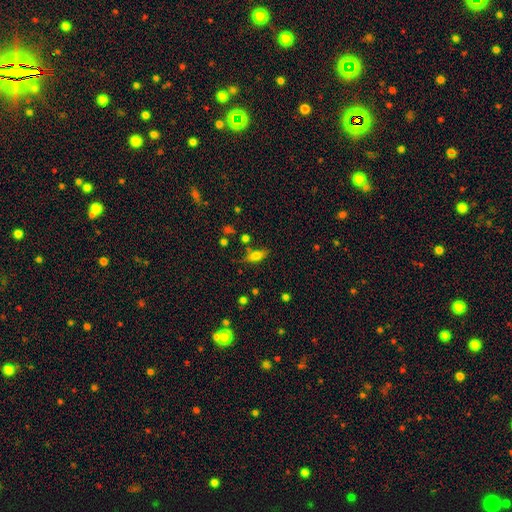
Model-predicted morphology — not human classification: The model was most divided on "smooth or featured": smooth: 66%, featured or disk: 23%, star or artifact: 11%. More confident: how rounded — in between (72%); merging — none (69%).